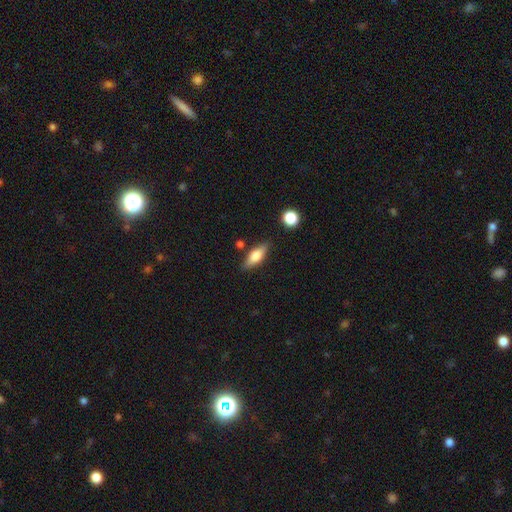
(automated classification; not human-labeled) smooth_or_featured: smooth (p=0.66) [alt: featured or disk p=0.27]
how_rounded: in between (p=0.63) [alt: cigar-shaped p=0.33]
merging: none (p=0.81) [alt: minor disturbance p=0.12]